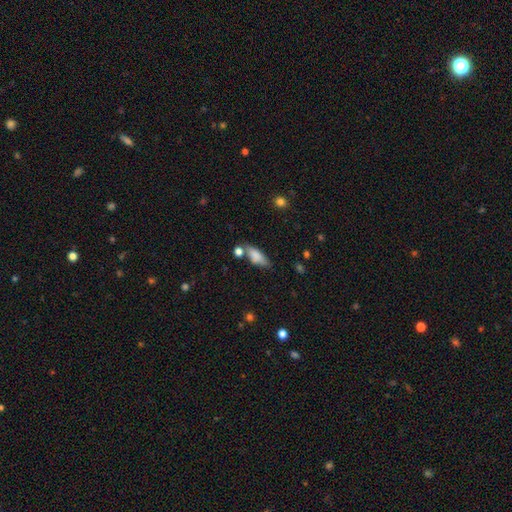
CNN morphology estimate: This is likely a smooth galaxy (78%). How rounded: likely in between (71%). Merging: possibly none (56%).